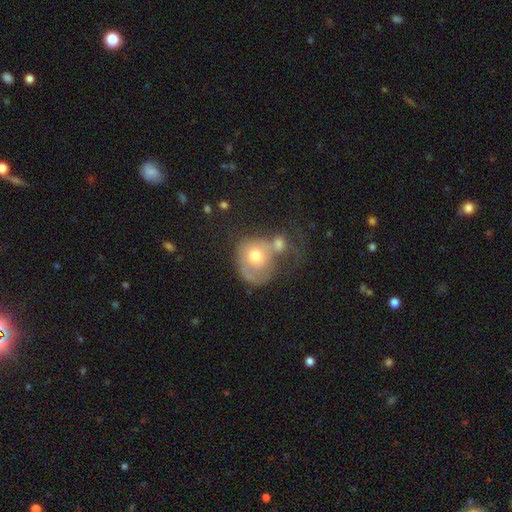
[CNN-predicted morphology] smooth 55%, featured or disk 37%, star or artifact 8%. Down the decision tree: how rounded — round (64%); merging — merger (44%).